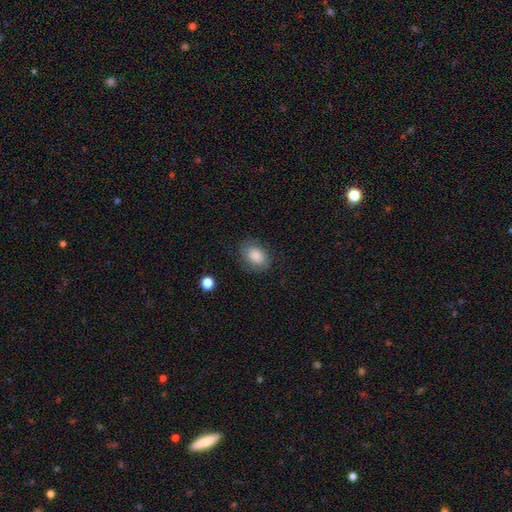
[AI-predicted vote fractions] smooth-or-featured: smooth: 77% | featured or disk: 15% | star or artifact: 8%
  how-rounded: in between: 72% | round: 26% | cigar-shaped: 1%
  merging: none: 74% | minor disturbance: 17% | major disturbance: 7% | merger: 1%